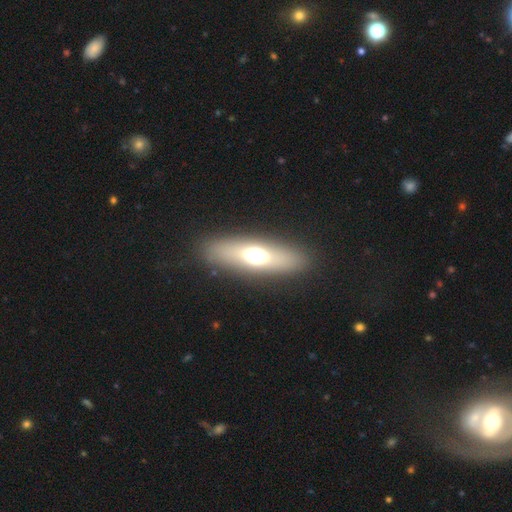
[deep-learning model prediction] Smooth or featured?
  - smooth: 52% *
  - featured or disk: 36%
  - star or artifact: 12%
How rounded?
  - in between: 53% *
  - cigar-shaped: 40%
  - round: 7%
Merging?
  - none: 88% *
  - minor disturbance: 7%
  - major disturbance: 4%
  - merger: 1%